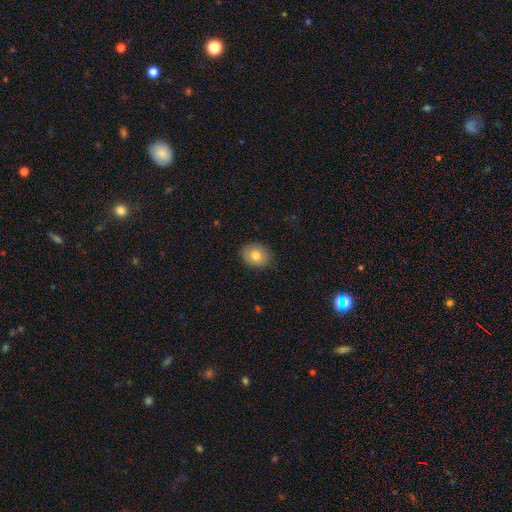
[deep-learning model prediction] Q: Smooth or featured?
A: smooth (79%); runner-up: featured or disk (13%)
Q: How rounded?
A: round (52%); runner-up: in between (47%)
Q: Merging?
A: none (84%); runner-up: minor disturbance (12%)